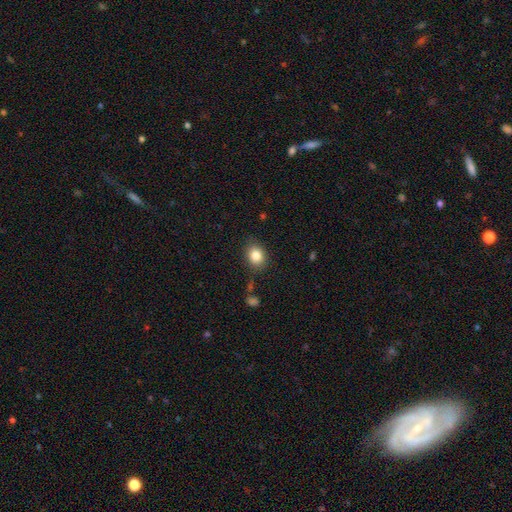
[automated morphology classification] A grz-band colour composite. It shows a smooth galaxy with no disk features (83%) that is round (56%). Merging: none (83%).